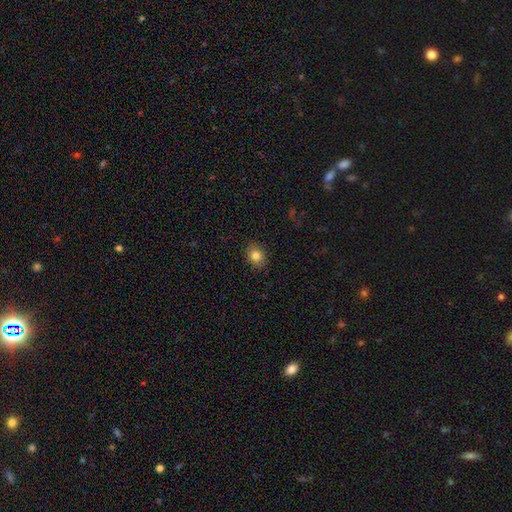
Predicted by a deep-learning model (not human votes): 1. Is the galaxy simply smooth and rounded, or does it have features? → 81% smooth, 10% star or artifact, 8% featured or disk.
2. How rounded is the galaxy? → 52% round, 47% in between, 1% cigar-shaped.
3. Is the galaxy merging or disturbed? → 89% none, 8% minor disturbance, 2% major disturbance, 1% merger.